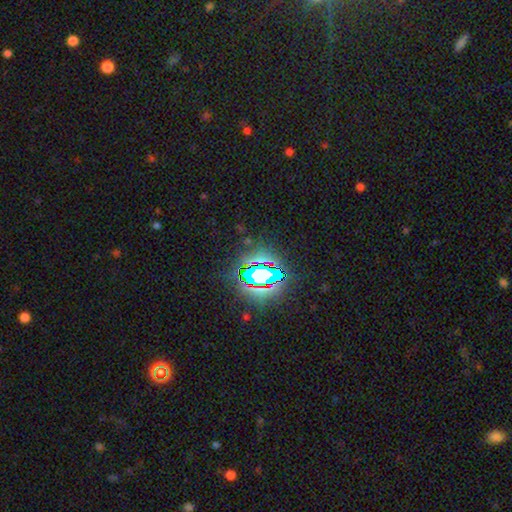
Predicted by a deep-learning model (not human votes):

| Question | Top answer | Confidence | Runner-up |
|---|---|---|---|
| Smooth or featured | star or artifact | 83% | smooth (10%) |